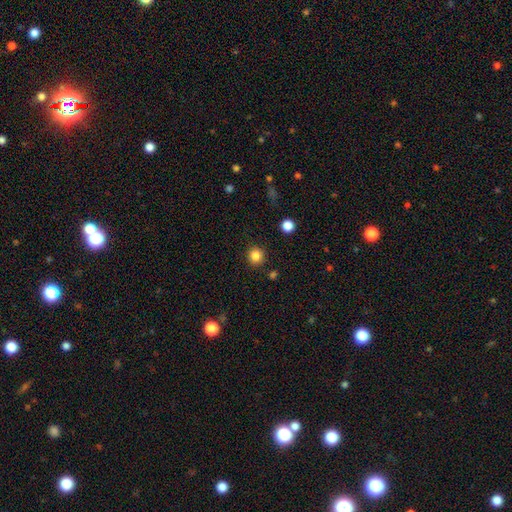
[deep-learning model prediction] Q: Smooth or featured?
A: smooth (84%); runner-up: star or artifact (12%)
Q: How rounded?
A: round (93%); runner-up: in between (6%)
Q: Merging?
A: none (90%); runner-up: minor disturbance (6%)